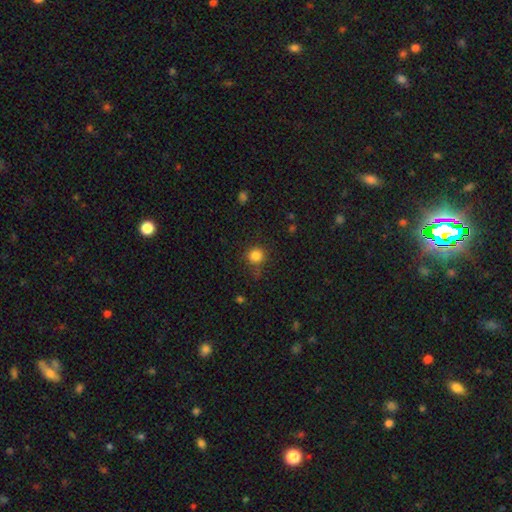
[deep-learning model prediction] Smooth or featured? Predicted: smooth (p=0.84). How rounded? Predicted: round (p=0.92). Merging? Predicted: none (p=0.81).